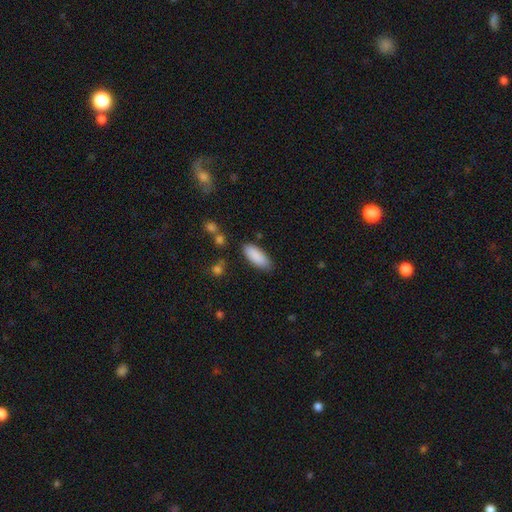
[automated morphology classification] A smooth galaxy with no disk features (89%) that is in between round and cigar-shaped (79%). Merging: none (82%).